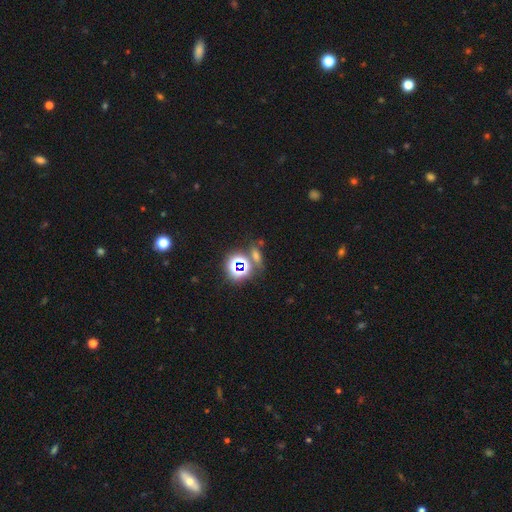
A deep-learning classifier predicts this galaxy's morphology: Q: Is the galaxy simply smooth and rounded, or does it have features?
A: star or artifact — 49%.